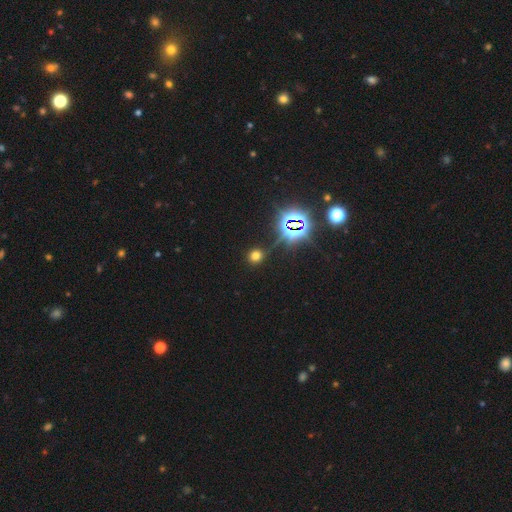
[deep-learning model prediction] Overall: smooth (60%; star or artifact 33%). How rounded: round (87%). Merging: none (83%).